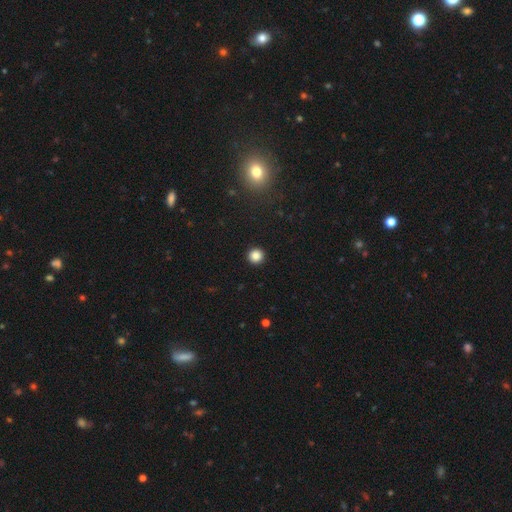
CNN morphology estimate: smooth 85%, star or artifact 11%, featured or disk 3%. Down the decision tree: how rounded — round (95%); merging — none (94%).